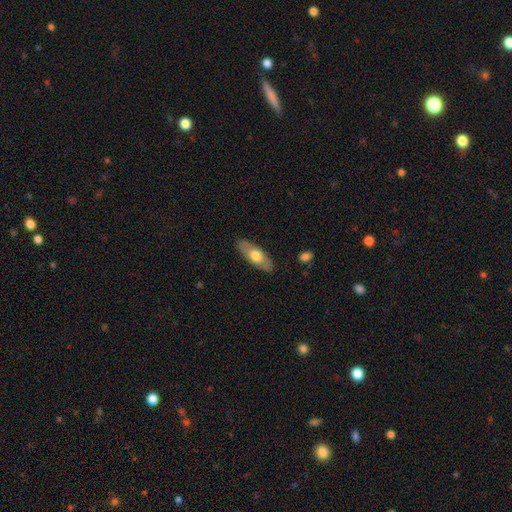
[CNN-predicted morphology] Q: Smooth or featured?
A: smooth (59%); runner-up: featured or disk (36%)
Q: How rounded?
A: in between (74%); runner-up: cigar-shaped (23%)
Q: Merging?
A: none (86%); runner-up: minor disturbance (11%)